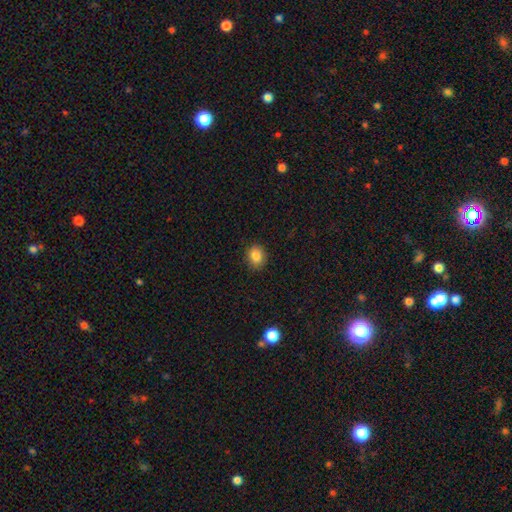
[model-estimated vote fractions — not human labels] Morphology: type=smooth (84%); roundness=round (56%); merging=none (88%).